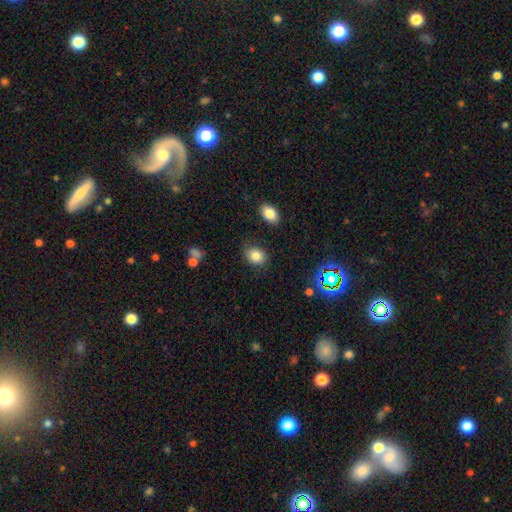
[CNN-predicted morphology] A smooth galaxy with no disk features (81%) that is in between round and cigar-shaped (53%). Merging: none (79%).